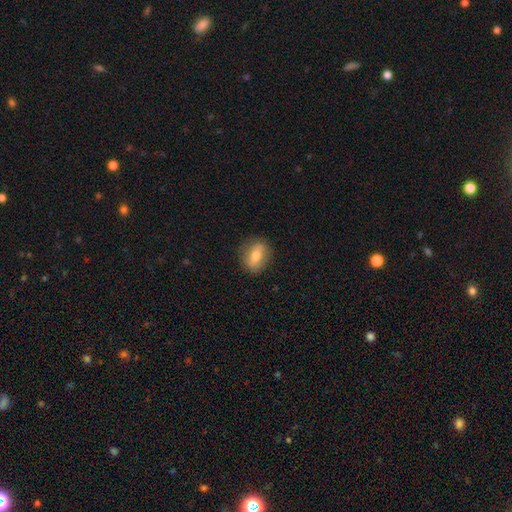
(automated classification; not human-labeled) smooth-or-featured: smooth: 60% | featured or disk: 32% | star or artifact: 8%
  how-rounded: in between: 63% | round: 31% | cigar-shaped: 6%
  merging: none: 85% | minor disturbance: 11% | major disturbance: 3% | merger: 1%